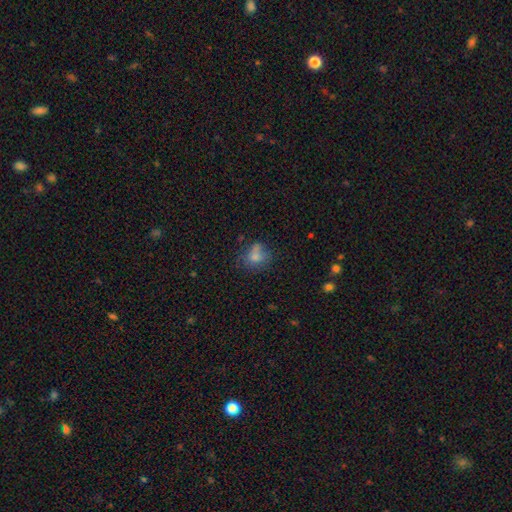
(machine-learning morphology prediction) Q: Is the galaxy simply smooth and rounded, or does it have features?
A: smooth — 69%.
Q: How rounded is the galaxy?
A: round — 58%.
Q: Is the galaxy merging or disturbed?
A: none — 44%.